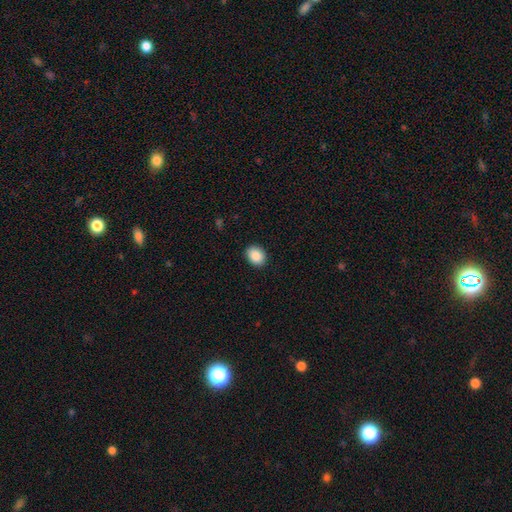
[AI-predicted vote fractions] Smooth or featured? Predicted: smooth (p=0.89). How rounded? Predicted: in between (p=0.58). Merging? Predicted: none (p=0.90).